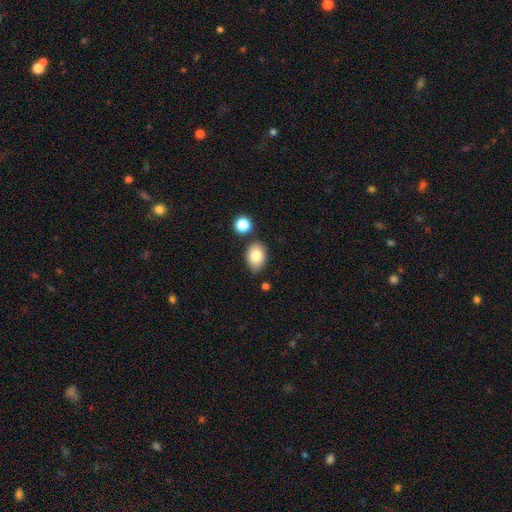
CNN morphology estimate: Smooth or featured? Predicted: smooth (p=0.82). How rounded? Predicted: in between (p=0.81). Merging? Predicted: none (p=0.76).